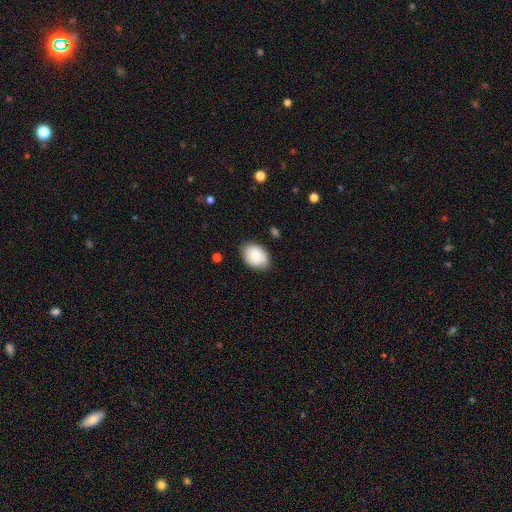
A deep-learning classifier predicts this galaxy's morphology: Overall: smooth (84%). How rounded: in between (78%). Merging: none (80%).